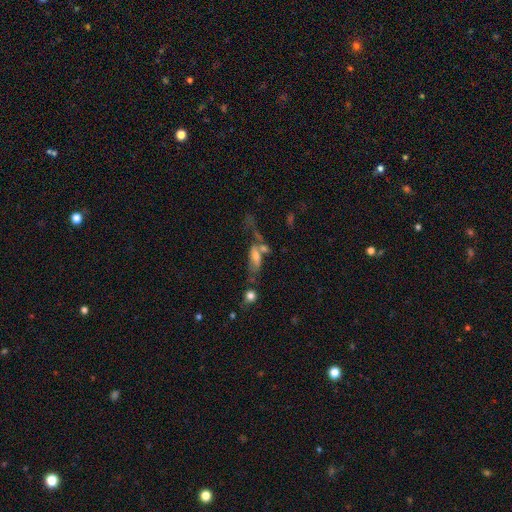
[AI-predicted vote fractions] Smooth or featured? Predicted: smooth (p=0.51). How rounded? Predicted: in between (p=0.73). Merging? Predicted: merger (p=0.40).